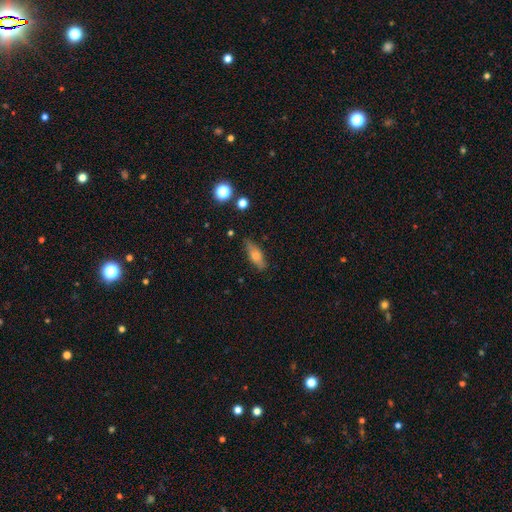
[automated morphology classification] Smooth or featured? Predicted: smooth (p=0.61). How rounded? Predicted: in between (p=0.56). Merging? Predicted: none (p=0.74).